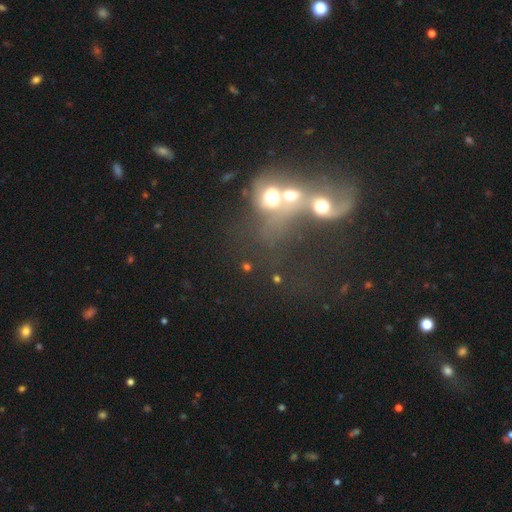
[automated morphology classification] featured or disk 38%, smooth 35%, star or artifact 27%. Down the decision tree: merging — merger (75%).